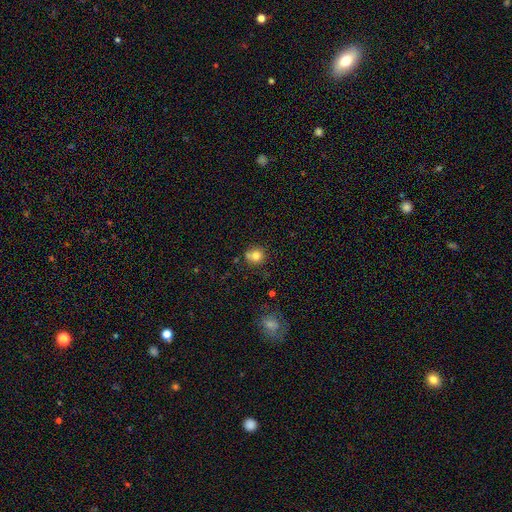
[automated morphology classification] A smooth galaxy with no disk features (78%) that is round (88%). Merging: none (60%).